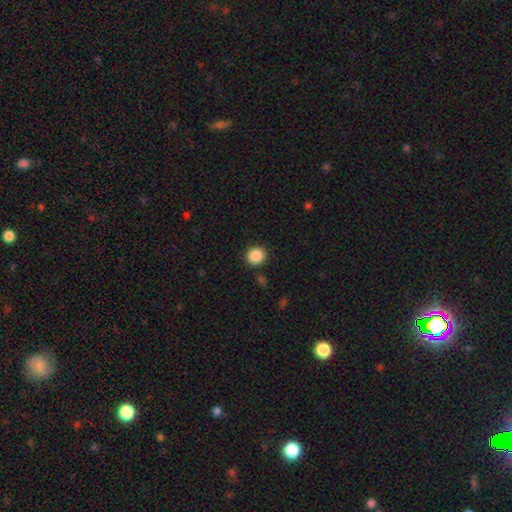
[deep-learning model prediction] Smooth or featured? smooth (88%)
How rounded? round (89%)
Merging? none (88%)